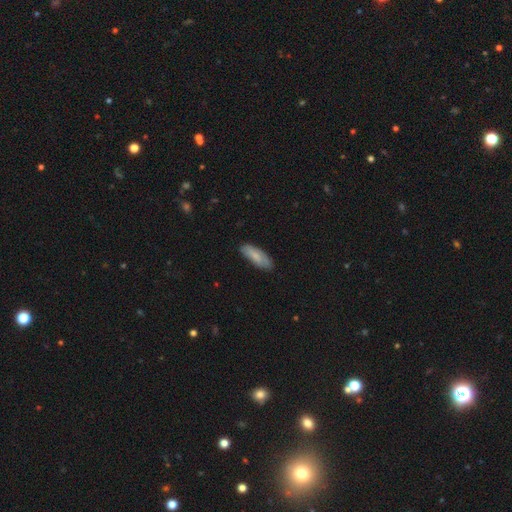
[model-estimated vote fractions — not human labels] This is likely a smooth galaxy (78%). How rounded: likely in between (62%). Merging: likely none (80%).